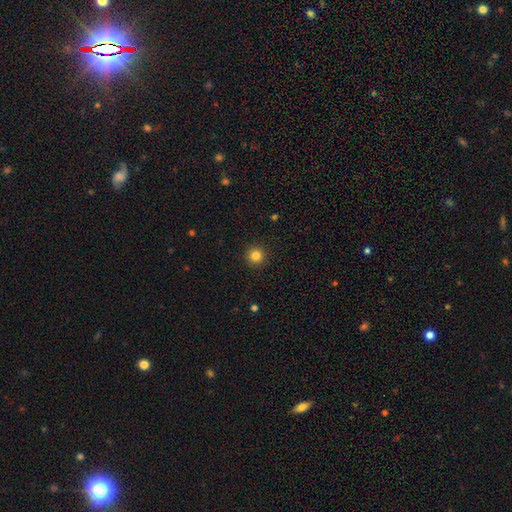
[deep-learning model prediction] This appears to be a smooth galaxy with no disk features (83%) that is round (96%). Merging: none (93%).